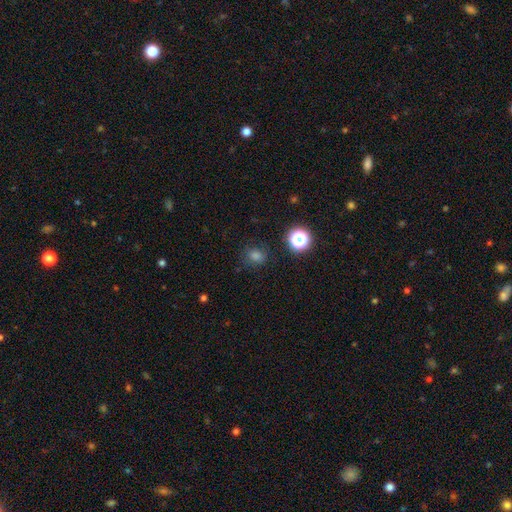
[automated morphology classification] smooth 70%, star or artifact 24%, featured or disk 6%. Down the decision tree: how rounded — round (76%); merging — none (82%).